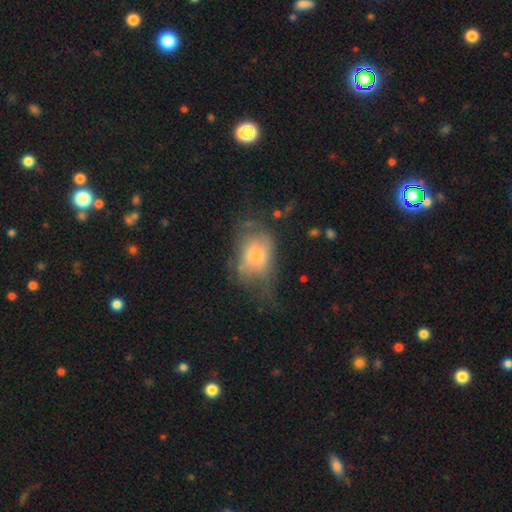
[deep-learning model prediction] The model was most divided on "merging": major disturbance: 38%, none: 29%, minor disturbance: 28%, merger: 5%. More confident: how rounded — in between (77%); smooth or featured — smooth (54%).